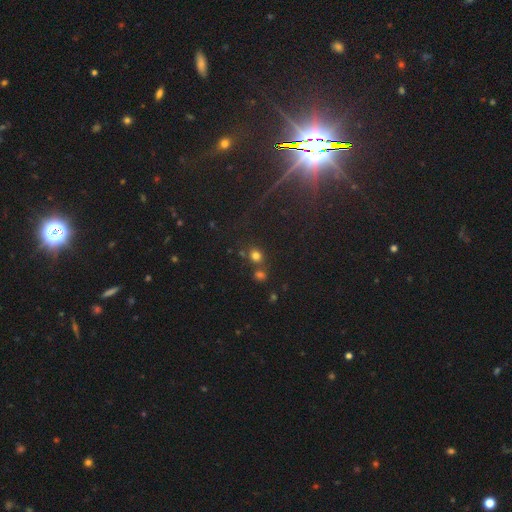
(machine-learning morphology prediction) A smooth galaxy with no disk features (71%) that is round (80%). Merging: none (64%).